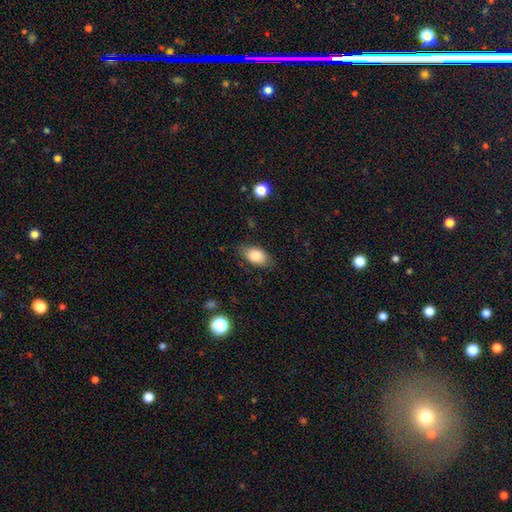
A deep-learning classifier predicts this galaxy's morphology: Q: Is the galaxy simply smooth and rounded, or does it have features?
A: smooth — 84%.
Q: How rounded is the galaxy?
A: in between — 90%.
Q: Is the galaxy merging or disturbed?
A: none — 78%.